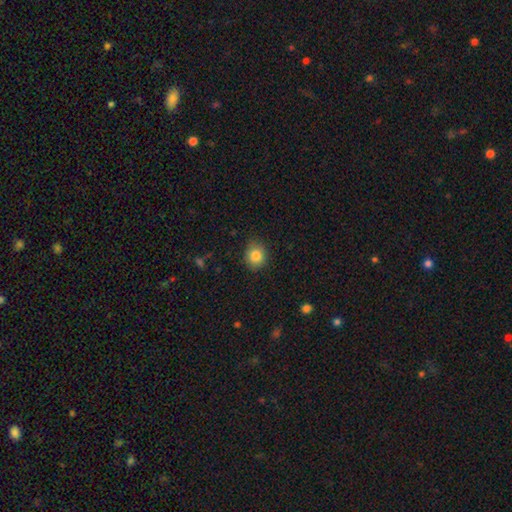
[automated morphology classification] Smooth or featured: smooth — 84% (star or artifact — 10%)
How rounded: round — 73% (in between — 26%)
Merging: none — 85% (minor disturbance — 11%)